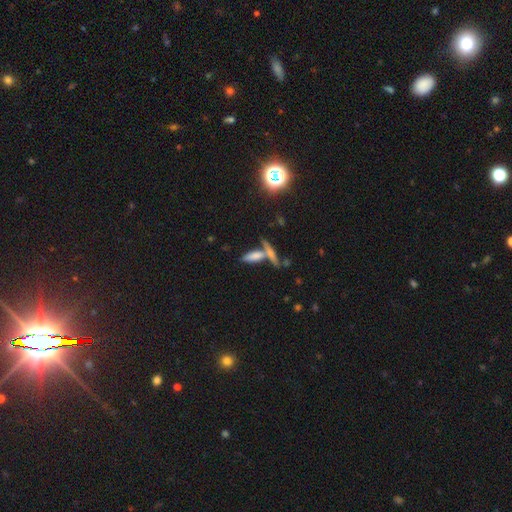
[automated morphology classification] A smooth galaxy with no disk features (62%) that is cigar-shaped (51%). Merging: none (45%).